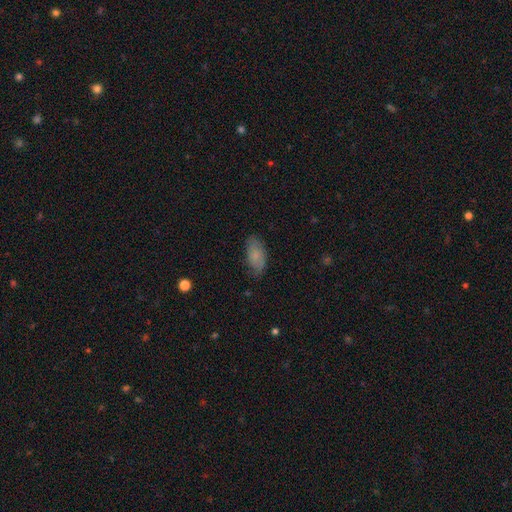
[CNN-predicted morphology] type=smooth (76%); roundness=in between (89%); merging=none (77%).